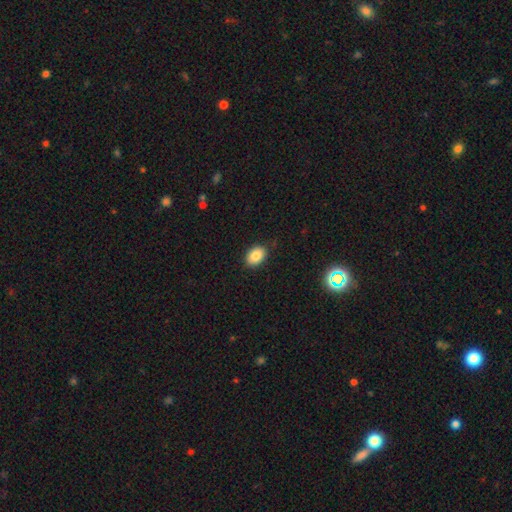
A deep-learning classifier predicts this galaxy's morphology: The model was most divided on "how rounded": in between: 83%, round: 16%, cigar-shaped: 1%. More confident: merging — none (87%); smooth or featured — smooth (85%).